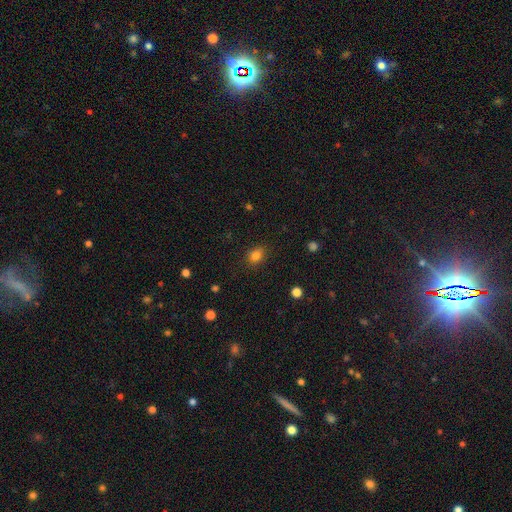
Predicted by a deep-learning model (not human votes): smooth-or-featured: smooth: 81% | star or artifact: 13% | featured or disk: 6%
  how-rounded: round: 50% | in between: 49% | cigar-shaped: 1%
  merging: none: 83% | minor disturbance: 13% | major disturbance: 3% | merger: 1%